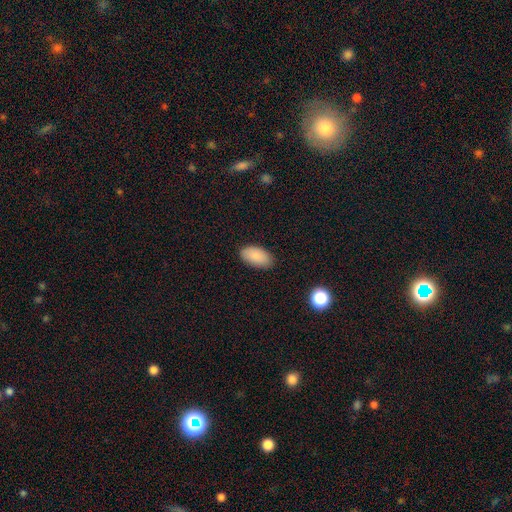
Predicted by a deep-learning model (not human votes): A smooth galaxy with no disk features (87%) that is in between round and cigar-shaped (95%). Merging: none (87%).